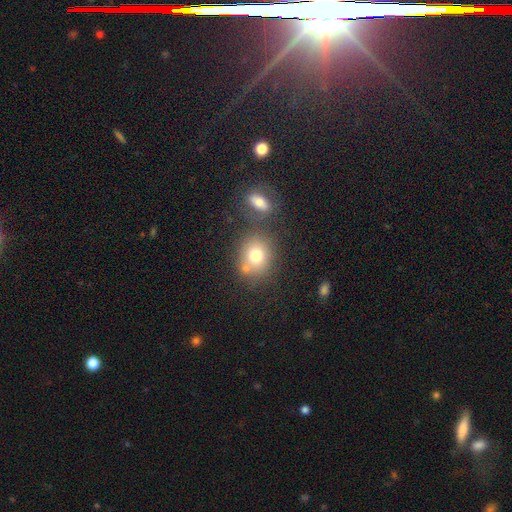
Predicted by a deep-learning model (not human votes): smooth_or_featured: smooth (p=0.74) [alt: featured or disk p=0.14]
how_rounded: round (p=0.68) [alt: in between p=0.31]
merging: none (p=0.57) [alt: merger p=0.26]